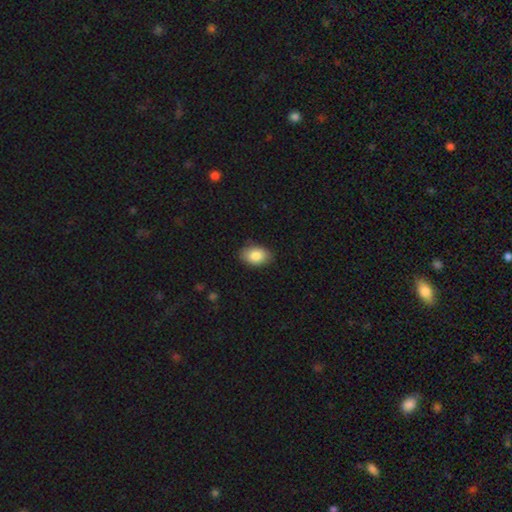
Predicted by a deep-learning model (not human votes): smooth_or_featured: smooth (p=0.86) [alt: featured or disk p=0.07]
how_rounded: in between (p=0.87) [alt: round p=0.12]
merging: none (p=0.86) [alt: minor disturbance p=0.11]